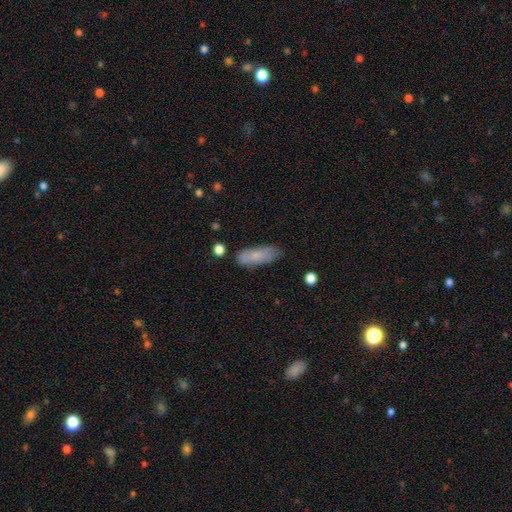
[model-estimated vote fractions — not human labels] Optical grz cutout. It shows a smooth galaxy with no disk features (76%) that is in between round and cigar-shaped (62%). Merging: none (72%).